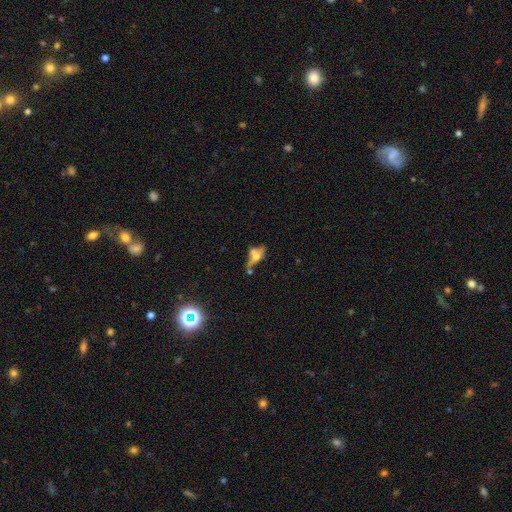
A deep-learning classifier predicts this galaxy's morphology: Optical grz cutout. It shows a featured or disk galaxy (49%). Merging: merger (33%, tied with none).